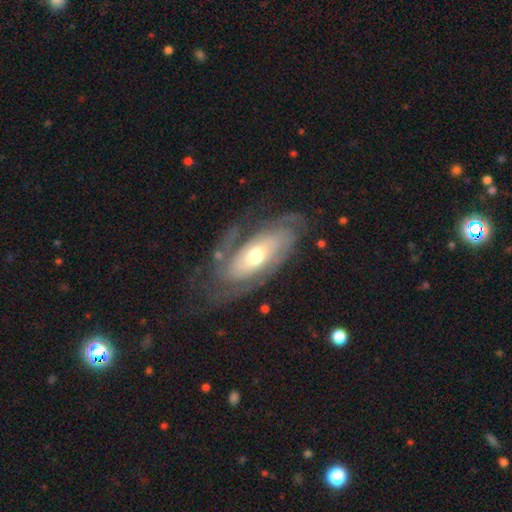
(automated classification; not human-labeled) Smooth or featured? featured or disk (82%)
Edge-on disk? no (91%)
Bar? no (69%)
Spiral arms? yes (90%)
Spiral winding? tight (58%)
Spiral arm count? 2 (45%)
Bulge size? moderate (68%)
Merging? none (66%)